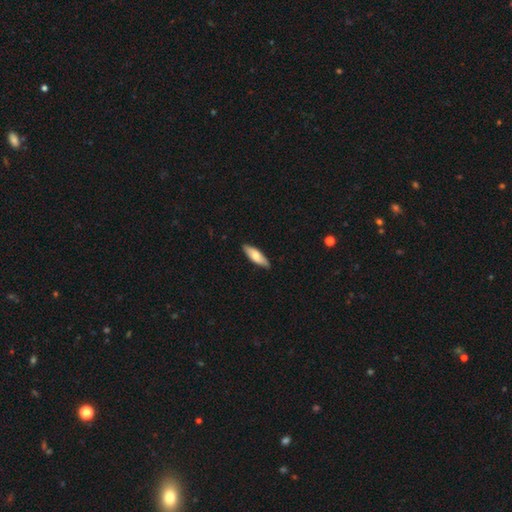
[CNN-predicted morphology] Smooth or featured? smooth (69%)
How rounded? in between (57%)
Merging? none (86%)